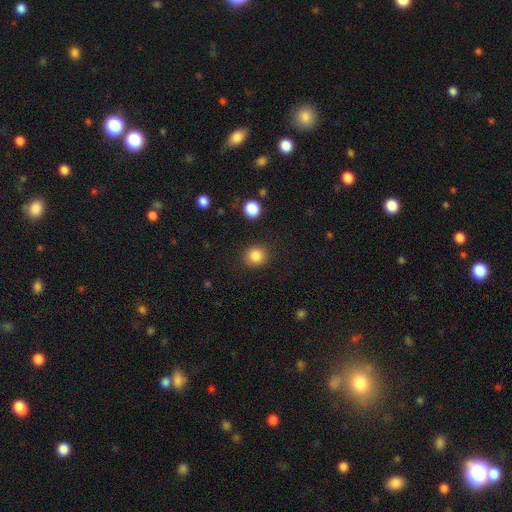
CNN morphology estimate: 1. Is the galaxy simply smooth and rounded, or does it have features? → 85% smooth, 11% star or artifact, 5% featured or disk.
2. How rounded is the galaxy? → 87% round, 12% in between, 1% cigar-shaped.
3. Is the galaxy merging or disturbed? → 89% none, 7% minor disturbance, 3% major disturbance, 2% merger.